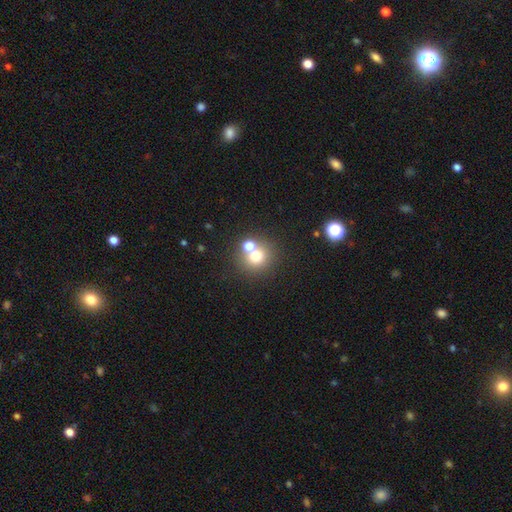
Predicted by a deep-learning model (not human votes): Smooth or featured?
  - smooth: 70% *
  - star or artifact: 17%
  - featured or disk: 13%
How rounded?
  - round: 88% *
  - in between: 11%
  - cigar-shaped: 1%
Merging?
  - none: 56% *
  - merger: 34%
  - minor disturbance: 6%
  - major disturbance: 3%